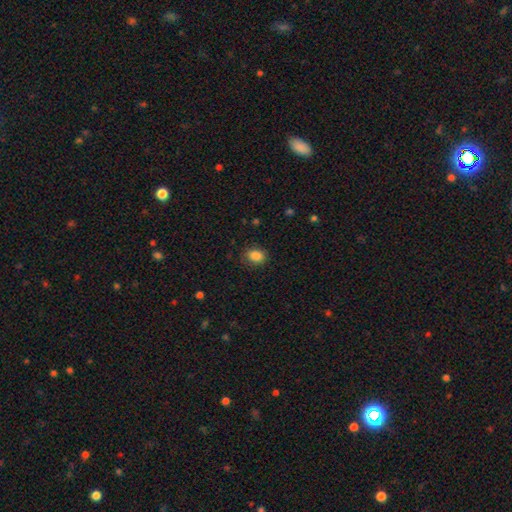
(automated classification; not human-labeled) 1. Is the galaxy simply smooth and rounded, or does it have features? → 86% smooth, 9% star or artifact, 4% featured or disk.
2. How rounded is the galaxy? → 64% in between, 35% round, 1% cigar-shaped.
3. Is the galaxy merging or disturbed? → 81% none, 14% minor disturbance, 4% major disturbance, 1% merger.